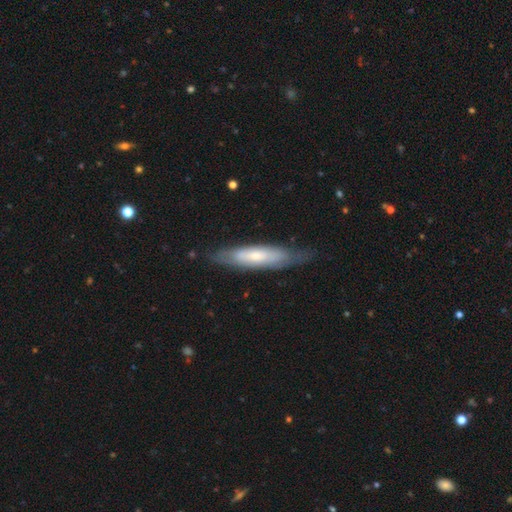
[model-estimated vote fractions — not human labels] This appears to be a featured or disk galaxy (50%) viewed edge-on (54%). Merging: none (73%).